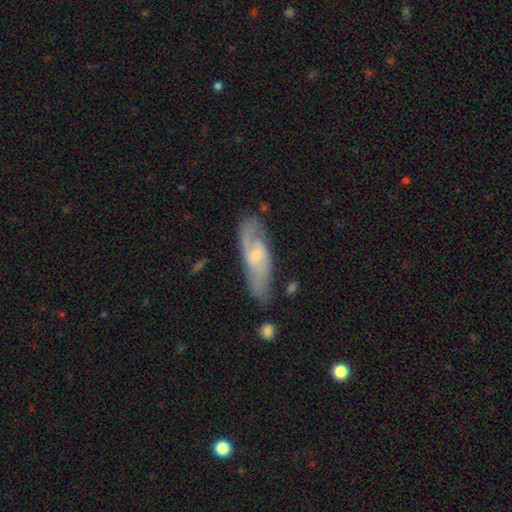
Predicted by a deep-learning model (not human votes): Smooth or featured: featured or disk — 63% (smooth — 31%)
Edge-on disk: no — 82% (yes — 18%)
Bar: no — 49% (weak — 42%)
Spiral arms: yes — 82% (no — 18%)
Bulge size: small — 61% (moderate — 30%)
Merging: none — 66% (minor disturbance — 22%)